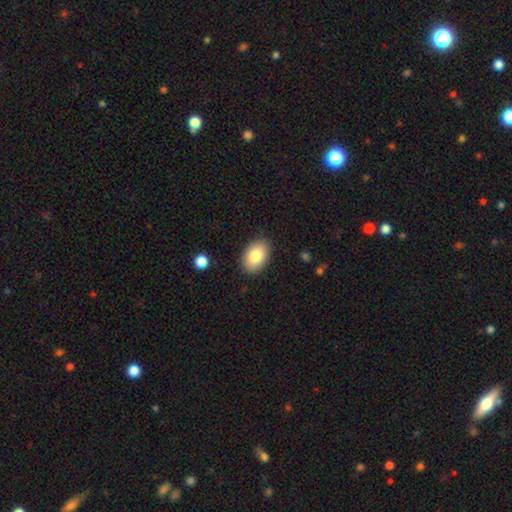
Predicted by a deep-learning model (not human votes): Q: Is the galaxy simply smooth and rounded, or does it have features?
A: smooth — 83%.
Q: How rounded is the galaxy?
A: in between — 89%.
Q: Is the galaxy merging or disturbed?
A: none — 87%.